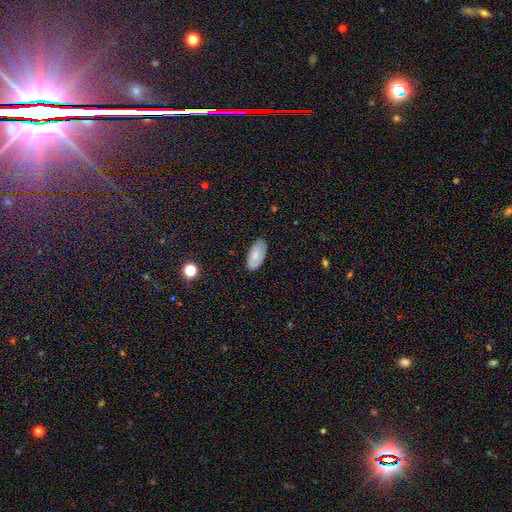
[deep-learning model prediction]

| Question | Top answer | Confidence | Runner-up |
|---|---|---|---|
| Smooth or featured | smooth | 69% | featured or disk (24%) |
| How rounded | in between | 93% | cigar-shaped (5%) |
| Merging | none | 80% | minor disturbance (16%) |